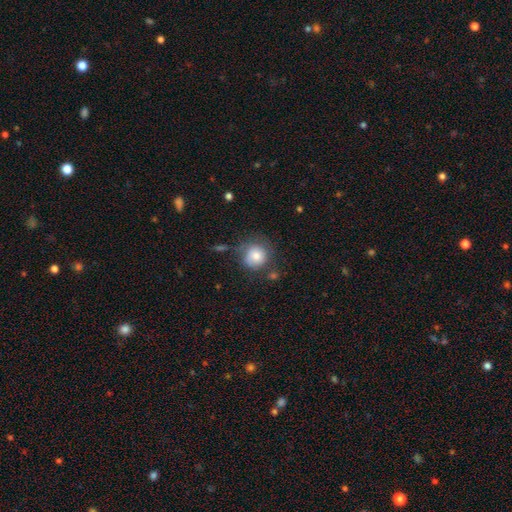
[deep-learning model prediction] Smooth or featured: smooth — 76% (featured or disk — 15%)
How rounded: round — 89% (in between — 10%)
Merging: none — 65% (minor disturbance — 21%)